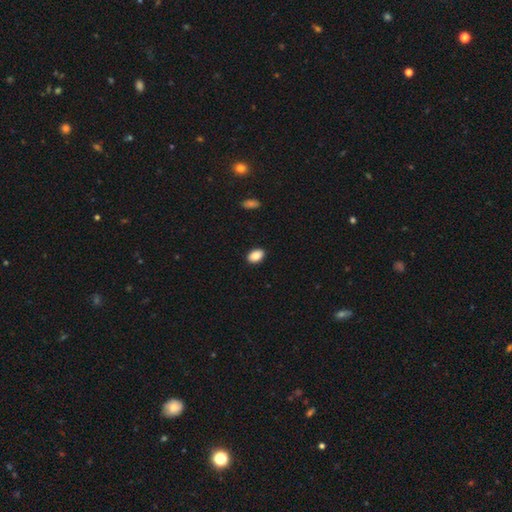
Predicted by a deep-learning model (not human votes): The model was most divided on "how rounded": in between: 86%, round: 13%, cigar-shaped: 1%. More confident: merging — none (90%); smooth or featured — smooth (87%).